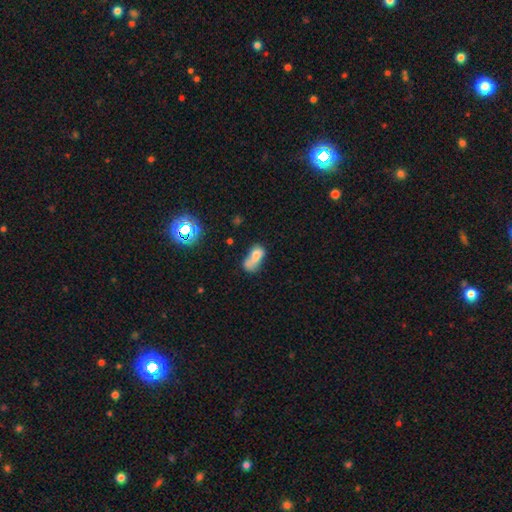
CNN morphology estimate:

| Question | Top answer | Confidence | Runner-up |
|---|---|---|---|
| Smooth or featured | smooth | 66% | featured or disk (21%) |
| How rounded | in between | 79% | round (15%) |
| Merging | merger | 51% | none (19%) |